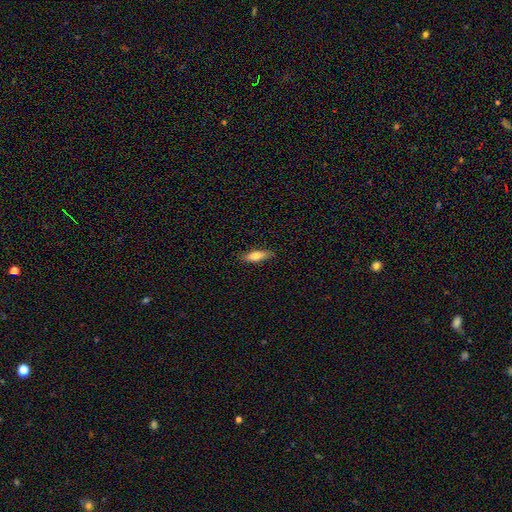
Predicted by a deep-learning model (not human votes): Smooth or featured? smooth (75%)
How rounded? cigar-shaped (49%, tied with in between)
Merging? none (84%)